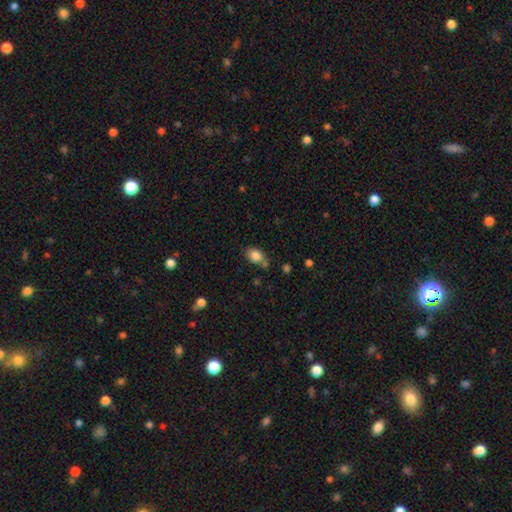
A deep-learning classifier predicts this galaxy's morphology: type=smooth (84%); roundness=in between (71%); merging=none (61%).